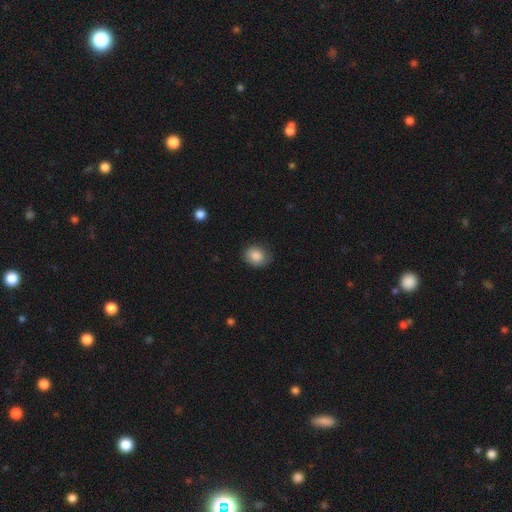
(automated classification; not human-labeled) Smooth or featured: smooth — 85% (star or artifact — 8%)
How rounded: round — 61% (in between — 38%)
Merging: none — 75% (minor disturbance — 19%)